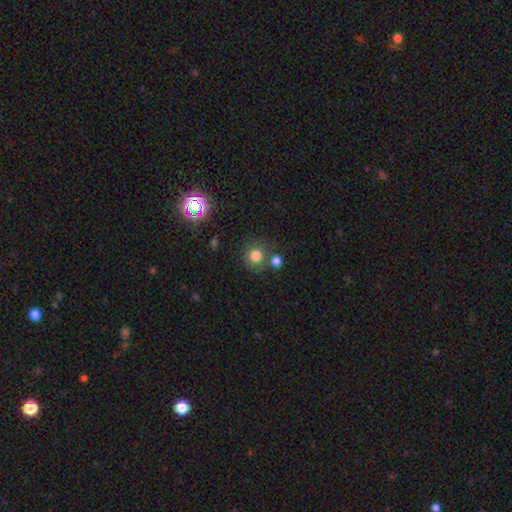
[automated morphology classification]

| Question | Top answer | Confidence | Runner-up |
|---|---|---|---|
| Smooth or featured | smooth | 78% | star or artifact (14%) |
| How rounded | round | 90% | in between (9%) |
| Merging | none | 67% | merger (16%) |